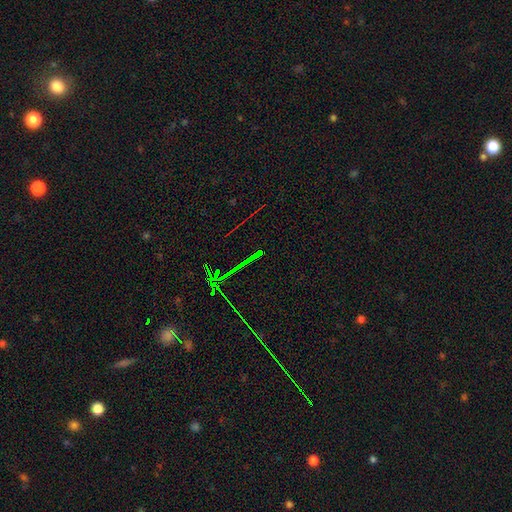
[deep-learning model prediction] A star or artifact, not a galaxy (75%).